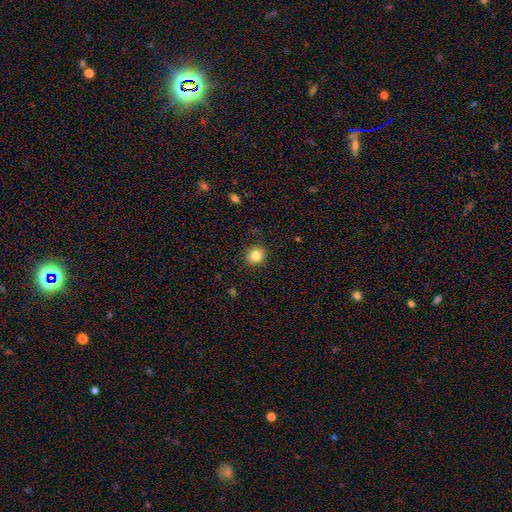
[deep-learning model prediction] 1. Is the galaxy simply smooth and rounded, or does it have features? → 83% smooth, 11% star or artifact, 6% featured or disk.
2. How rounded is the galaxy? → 80% round, 19% in between, 1% cigar-shaped.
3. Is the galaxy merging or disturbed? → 88% none, 8% minor disturbance, 2% major disturbance, 1% merger.